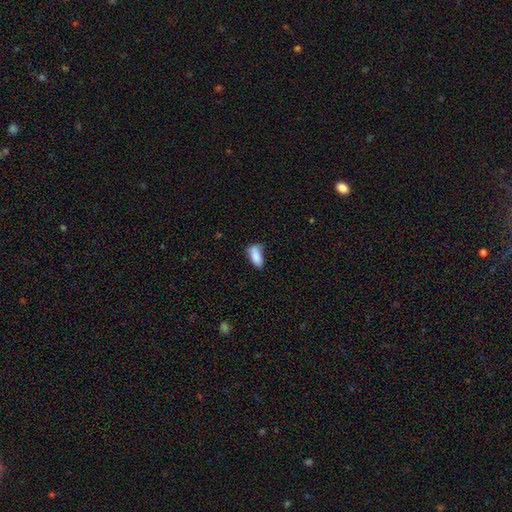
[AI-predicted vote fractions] Morphology: type=smooth (86%); roundness=in between (83%); merging=none (58%).